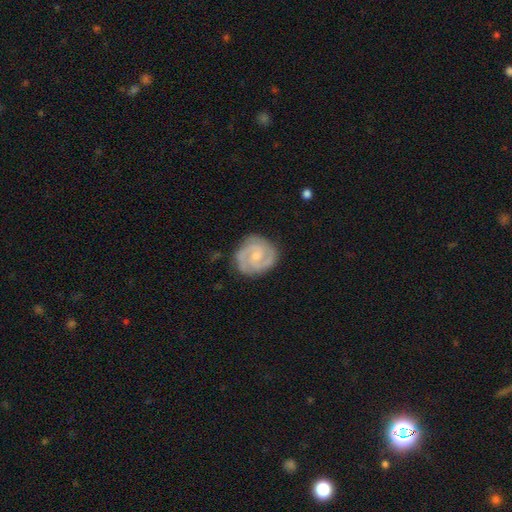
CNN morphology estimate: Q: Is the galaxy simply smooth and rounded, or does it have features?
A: featured or disk — 82%.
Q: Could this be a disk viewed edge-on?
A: no — 98%.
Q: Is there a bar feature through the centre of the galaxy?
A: no — 50%.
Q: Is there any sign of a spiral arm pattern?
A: yes — 96%.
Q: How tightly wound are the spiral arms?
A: tight — 55%.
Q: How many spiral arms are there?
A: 2 — 73%.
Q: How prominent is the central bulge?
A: small — 57%.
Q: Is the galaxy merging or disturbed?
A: none — 80%.